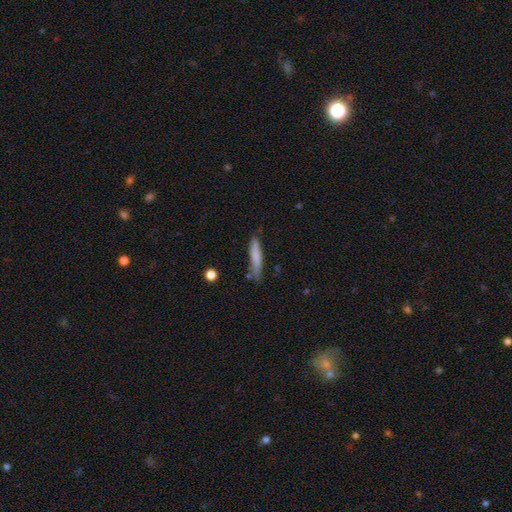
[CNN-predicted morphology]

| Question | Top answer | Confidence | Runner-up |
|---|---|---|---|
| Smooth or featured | smooth | 75% | featured or disk (19%) |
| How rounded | cigar-shaped | 91% | in between (8%) |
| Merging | none | 74% | minor disturbance (19%) |